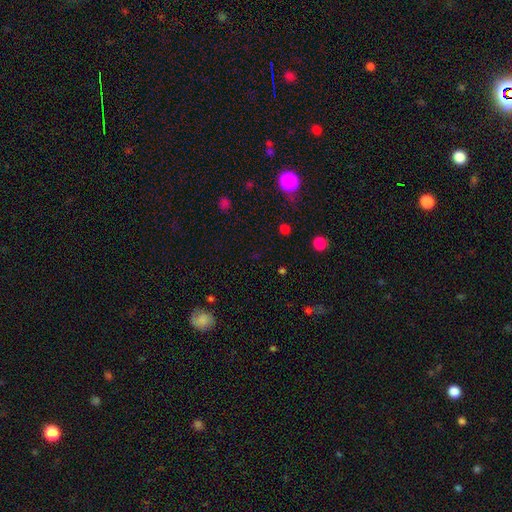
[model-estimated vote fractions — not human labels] smooth_or_featured: star or artifact (p=0.55) [alt: smooth p=0.38]